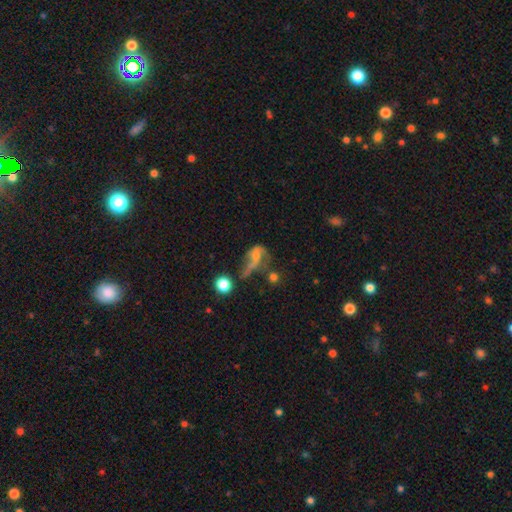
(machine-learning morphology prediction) This is possibly a featured or disk galaxy (50%). Merging: marginally major disturbance (40%).